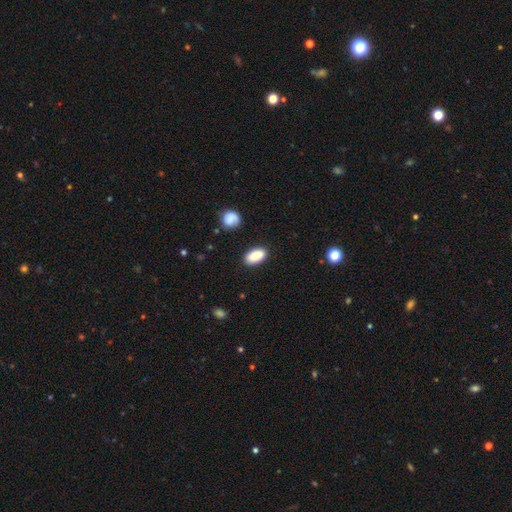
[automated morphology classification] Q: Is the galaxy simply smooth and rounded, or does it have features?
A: smooth — 89%.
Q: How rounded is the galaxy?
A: in between — 93%.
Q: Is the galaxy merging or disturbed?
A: none — 86%.